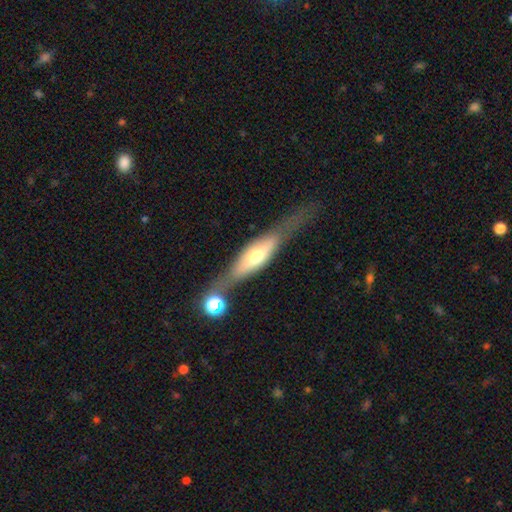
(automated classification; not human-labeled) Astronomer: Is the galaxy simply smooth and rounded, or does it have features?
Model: featured or disk — 58% (runner-up: smooth, 36%).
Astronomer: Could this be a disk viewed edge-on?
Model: yes — 84%.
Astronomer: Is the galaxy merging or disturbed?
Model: none — 56%.